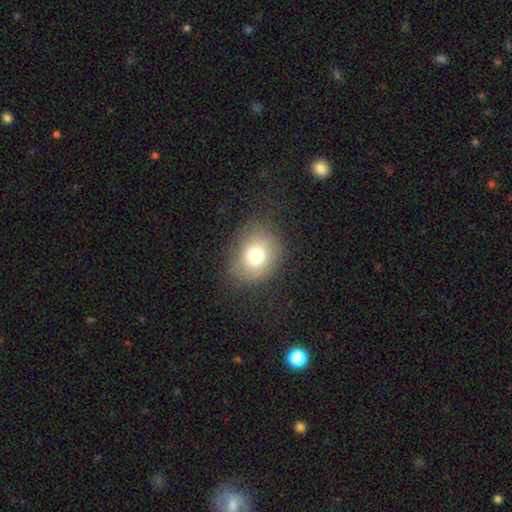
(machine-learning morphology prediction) Smooth or featured? Predicted: smooth (p=0.73). How rounded? Predicted: round (p=0.52). Merging? Predicted: none (p=0.73).